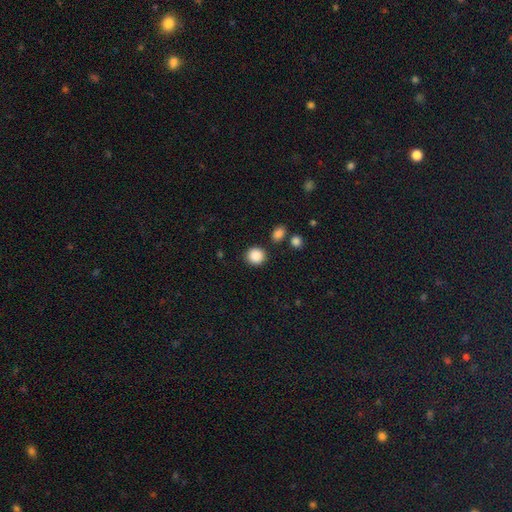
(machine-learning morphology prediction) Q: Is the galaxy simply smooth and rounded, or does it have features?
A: smooth — 88%.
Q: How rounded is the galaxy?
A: round — 88%.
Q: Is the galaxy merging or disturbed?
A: none — 85%.